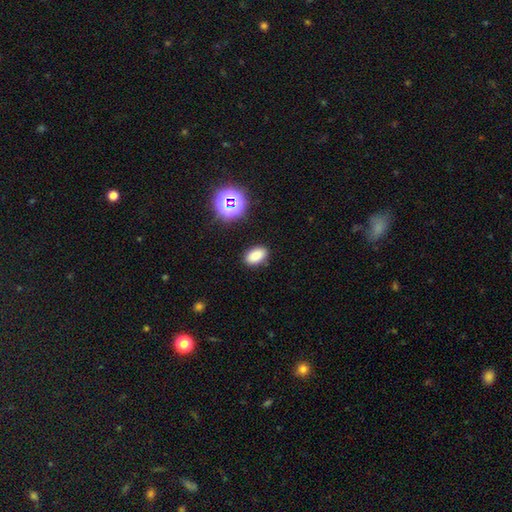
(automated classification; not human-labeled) Smooth or featured? smooth (82%)
How rounded? in between (90%)
Merging? none (87%)